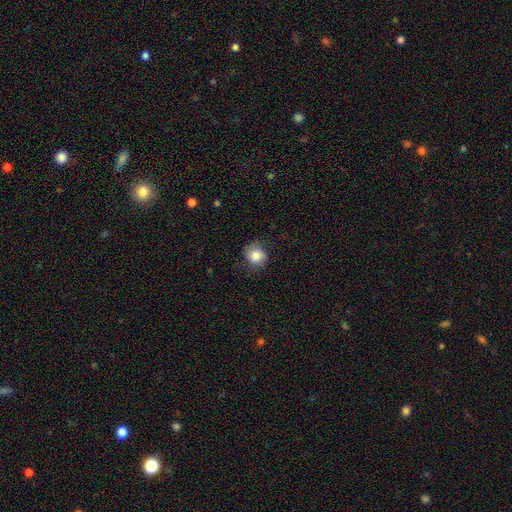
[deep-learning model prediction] Smooth or featured?
  - smooth: 81% *
  - featured or disk: 10%
  - star or artifact: 9%
How rounded?
  - round: 80% *
  - in between: 19%
  - cigar-shaped: 1%
Merging?
  - none: 76% *
  - minor disturbance: 17%
  - major disturbance: 5%
  - merger: 1%